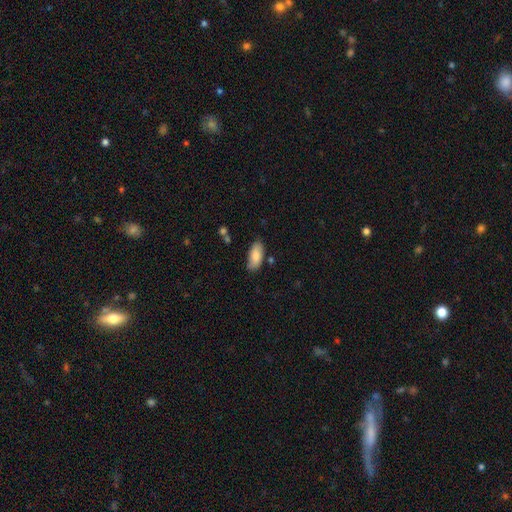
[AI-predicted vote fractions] Morphology: type=smooth (83%); roundness=in between (89%); merging=none (78%).